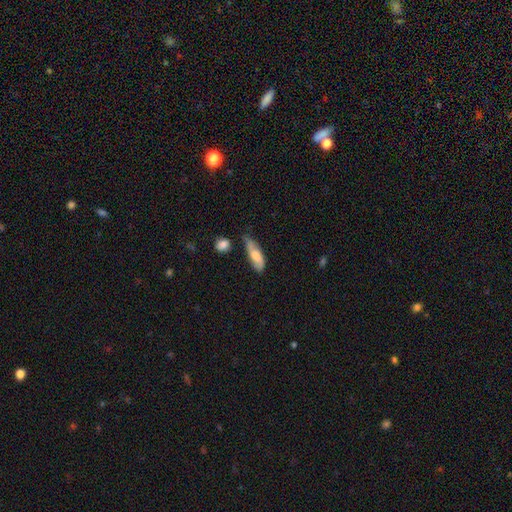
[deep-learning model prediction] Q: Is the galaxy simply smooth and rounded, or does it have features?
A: smooth — 66%.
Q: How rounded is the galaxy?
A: in between — 63%.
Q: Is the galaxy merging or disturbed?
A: none — 48%.